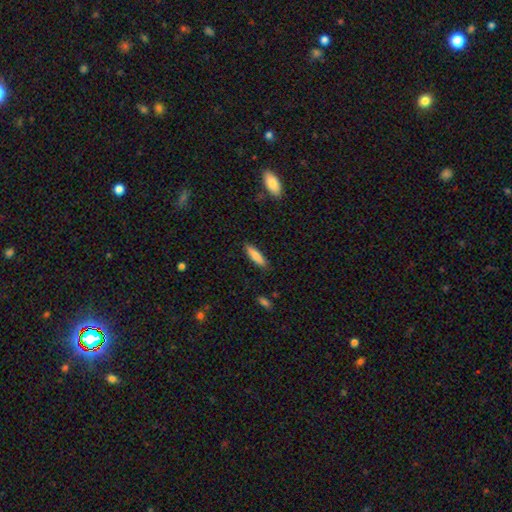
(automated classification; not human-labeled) Q: Smooth or featured?
A: smooth (83%); runner-up: featured or disk (11%)
Q: How rounded?
A: cigar-shaped (69%); runner-up: in between (30%)
Q: Merging?
A: none (87%); runner-up: minor disturbance (9%)